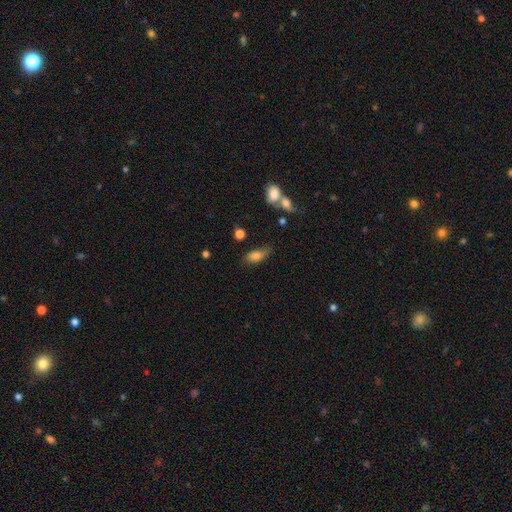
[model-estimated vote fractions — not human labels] Smooth or featured? smooth (76%)
How rounded? in between (81%)
Merging? none (46%)